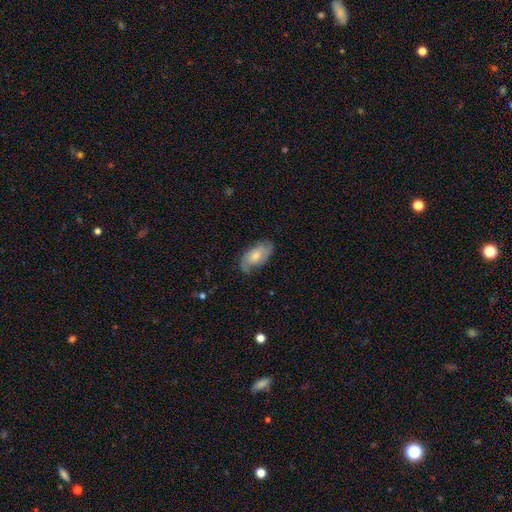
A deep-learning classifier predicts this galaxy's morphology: The model was most divided on "smooth or featured": featured or disk: 48%, smooth: 45%, star or artifact: 7%. More confident: merging — none (69%).